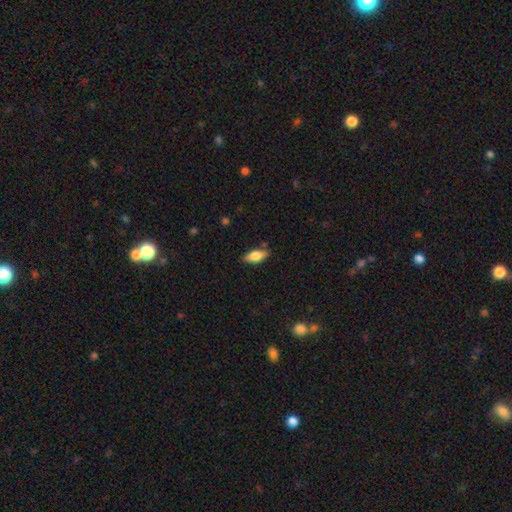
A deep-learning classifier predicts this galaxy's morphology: A smooth galaxy with no disk features (79%) that is in between round and cigar-shaped (83%).

Vote fractions:
- Smooth or featured? smooth: 79% / featured or disk: 15% / star or artifact: 7%
- How rounded? in between: 83% / cigar-shaped: 14% / round: 2%
- Merging? none: 82% / minor disturbance: 13% / major disturbance: 3% / merger: 2%